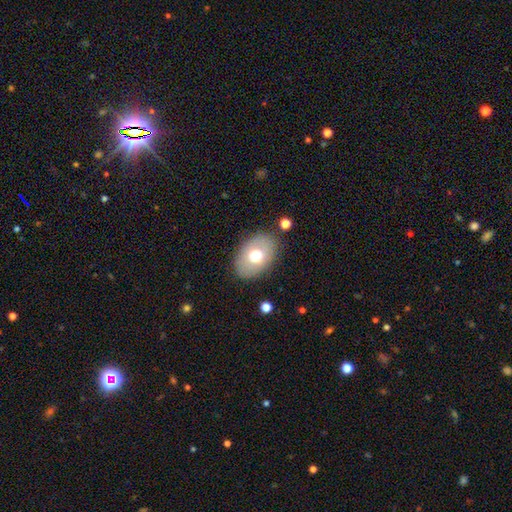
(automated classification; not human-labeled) Smooth or featured? smooth (65%)
How rounded? in between (83%)
Merging? none (83%)